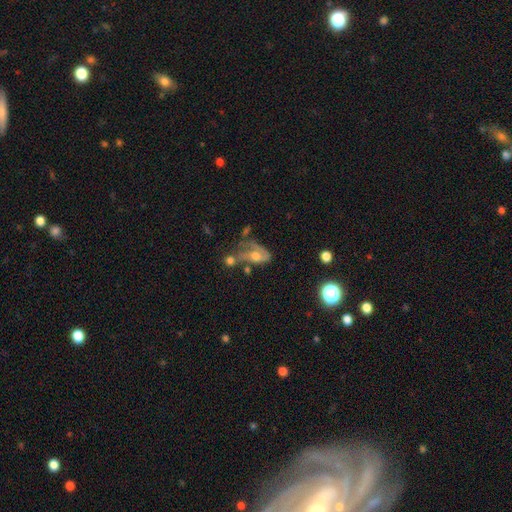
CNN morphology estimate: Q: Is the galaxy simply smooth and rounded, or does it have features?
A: featured or disk — 51%.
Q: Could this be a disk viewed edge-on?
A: no — 92%.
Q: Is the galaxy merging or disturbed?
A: major disturbance — 32%.